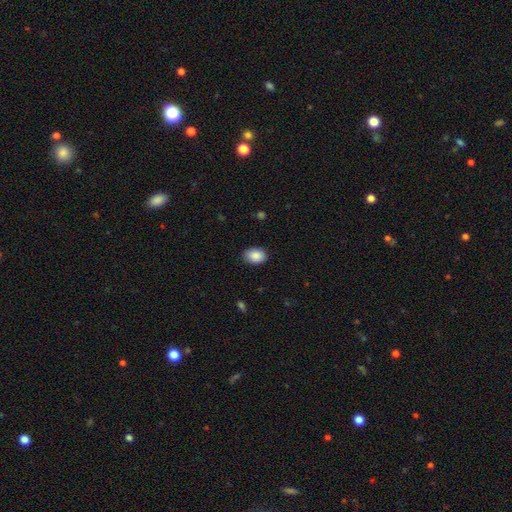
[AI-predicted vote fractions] This is clearly a smooth galaxy (89%). How rounded: clearly in between (81%). Merging: clearly none (86%).